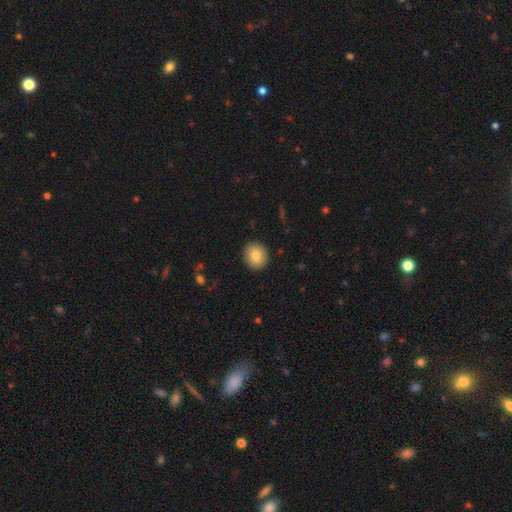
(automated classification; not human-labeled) Smooth or featured? Predicted: smooth (p=0.81). How rounded? Predicted: round (p=0.80). Merging? Predicted: none (p=0.91).